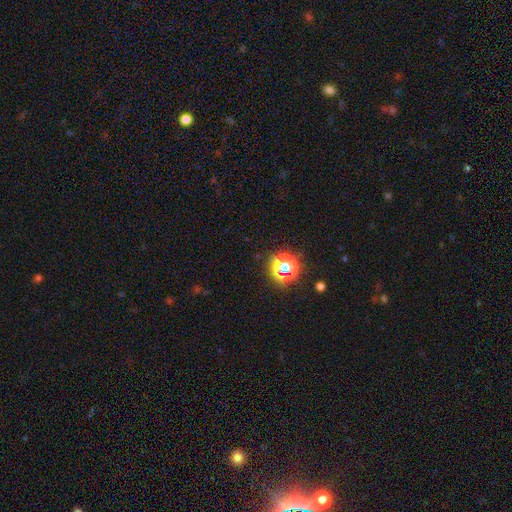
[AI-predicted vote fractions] star or artifact 69%, smooth 24%, featured or disk 8%.